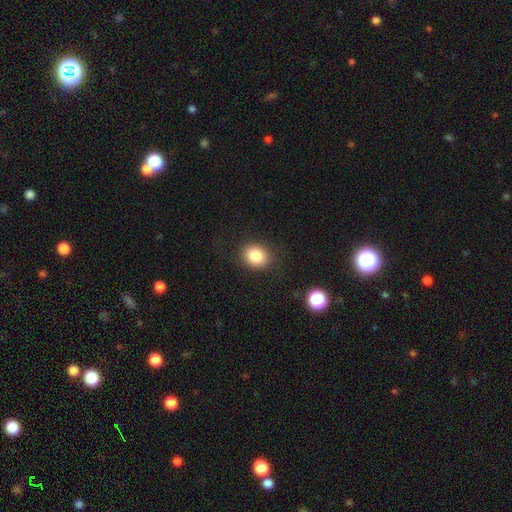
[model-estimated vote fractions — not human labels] smooth 84%, star or artifact 10%, featured or disk 7%. Down the decision tree: how rounded — round (60%); merging — none (86%).